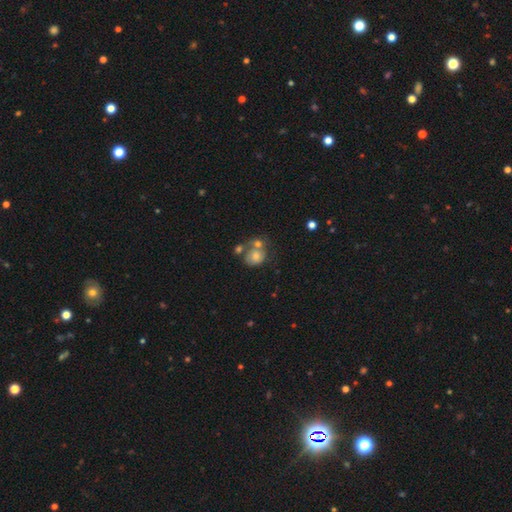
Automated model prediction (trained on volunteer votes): The model was most divided on "merging": none: 38%, merger: 36%, minor disturbance: 15%, major disturbance: 11%. More confident: how rounded — round (71%); smooth or featured — smooth (62%).